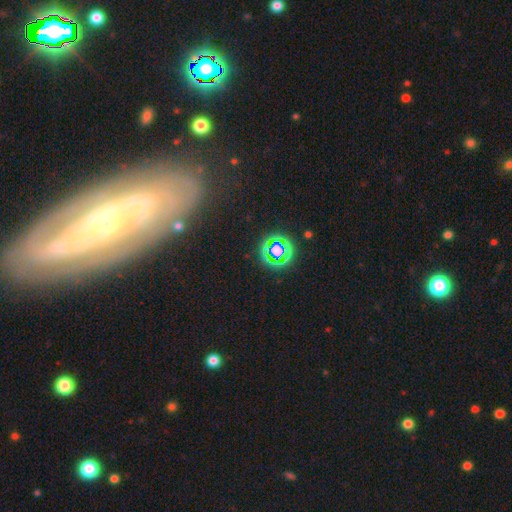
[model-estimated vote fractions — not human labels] Overall: featured or disk (77%). Edge-on disk: no (85%). Bar: no (52%; weak 28%). Spiral arms: yes (85%). Spiral arm count: 2 (53%; can't tell 27%). Spiral winding: tight (49%; medium 35%). Bulge size: small (77%). Merging: none (81%).